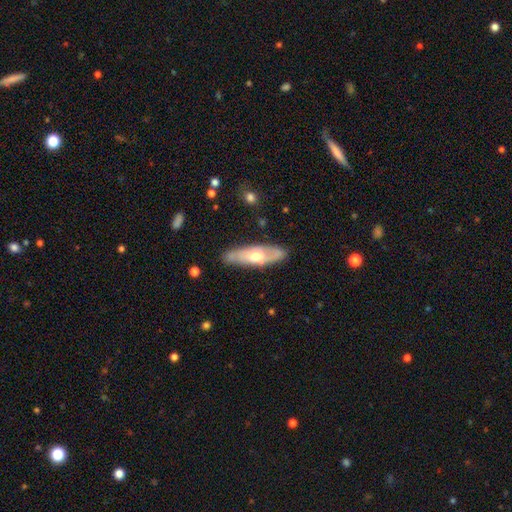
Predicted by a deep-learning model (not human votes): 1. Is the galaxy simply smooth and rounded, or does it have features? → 55% featured or disk, 40% smooth, 5% star or artifact.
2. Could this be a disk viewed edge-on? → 64% no, 36% yes.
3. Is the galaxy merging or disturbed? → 80% none, 15% minor disturbance, 3% major disturbance, 2% merger.